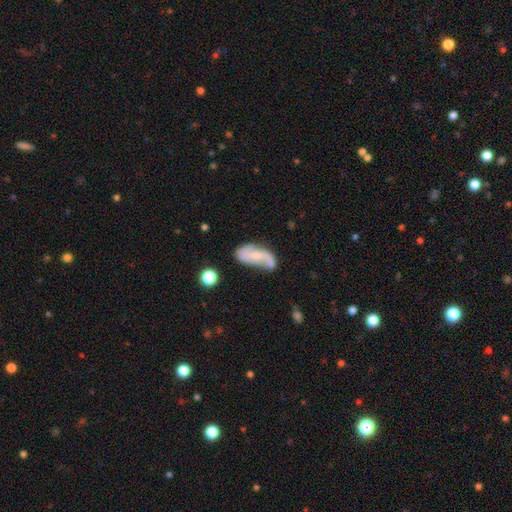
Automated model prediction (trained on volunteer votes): This is likely a featured or disk galaxy (69%). It is clearly not viewed edge-on (94%). Bar: possibly no (51%). Spiral arm pattern: clearly yes (88%). Spiral arm count: clearly 2 (82%). Spiral winding: likely loose (61%). Central bulge: possibly small (59%). Merging: possibly none (51%).